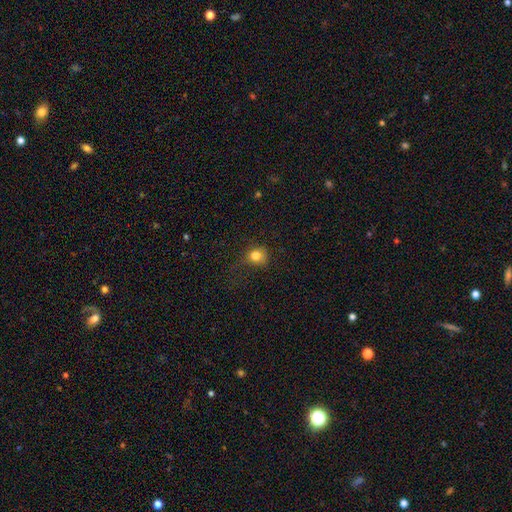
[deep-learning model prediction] smooth 80%, star or artifact 13%, featured or disk 7%. Down the decision tree: how rounded — round (83%); merging — none (63%).